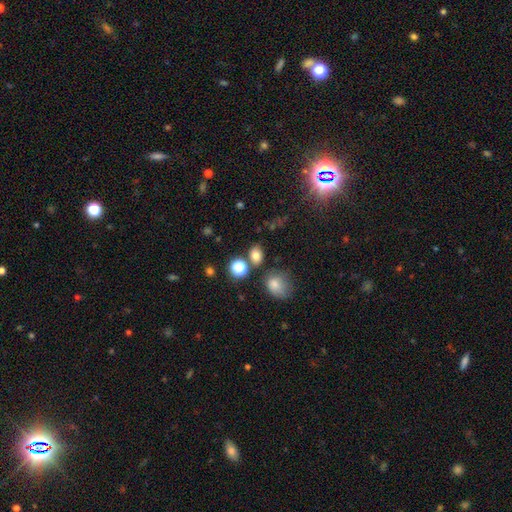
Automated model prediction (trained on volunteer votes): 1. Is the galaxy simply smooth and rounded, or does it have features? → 77% smooth, 16% star or artifact, 7% featured or disk.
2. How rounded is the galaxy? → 61% in between, 38% round, 1% cigar-shaped.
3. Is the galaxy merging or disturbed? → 74% none, 11% minor disturbance, 11% merger, 4% major disturbance.